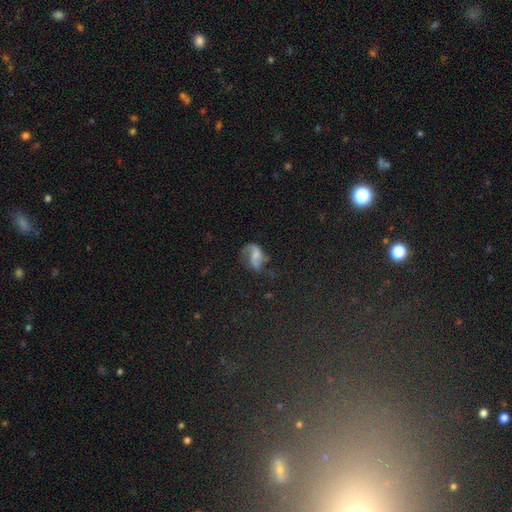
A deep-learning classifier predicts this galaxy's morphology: The model was most divided on "bulge size": small: 38%, none: 29%, moderate: 26%, large: 6%, dominant: 2%. Remaining: edge-on disk — no (97%); spiral arms — yes (85%); spiral arm count — 2 (76%); spiral winding — loose (63%); smooth or featured — featured or disk (62%); bar — no (54%); merging — none (41%).